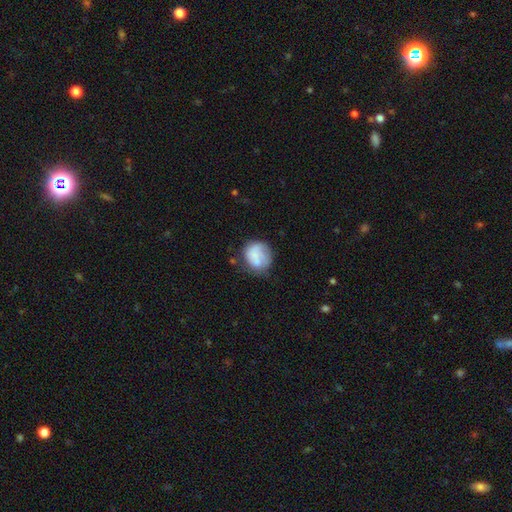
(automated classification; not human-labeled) This appears to be a smooth galaxy with no disk features (62%) that is round (76%). Merging: none (52%).